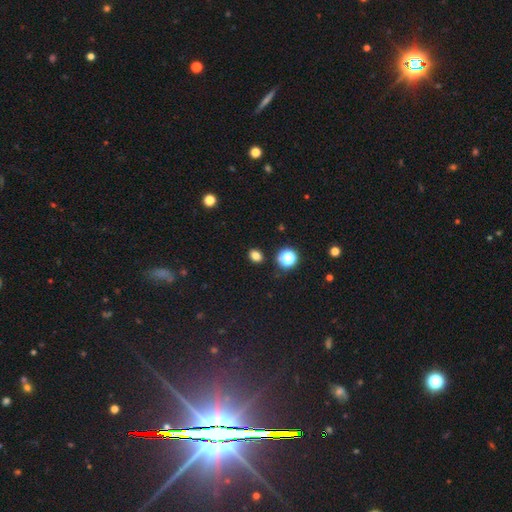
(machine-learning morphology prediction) Overall: smooth (79%). How rounded: in between (56%; round 43%). Merging: none (88%).